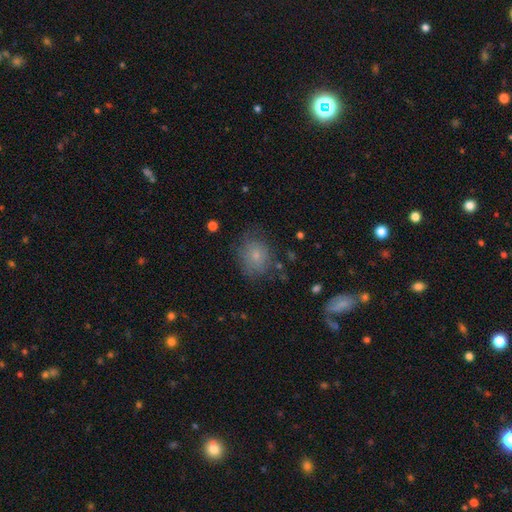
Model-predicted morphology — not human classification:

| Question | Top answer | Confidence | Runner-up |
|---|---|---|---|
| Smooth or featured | smooth | 69% | featured or disk (20%) |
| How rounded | round | 62% | in between (37%) |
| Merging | none | 64% | minor disturbance (23%) |